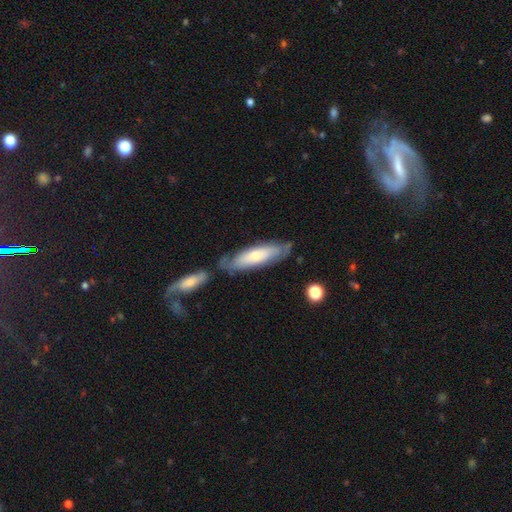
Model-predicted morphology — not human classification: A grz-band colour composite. It shows a smooth galaxy with no disk features (52%) that is cigar-shaped (57%). Merging: none (64%).